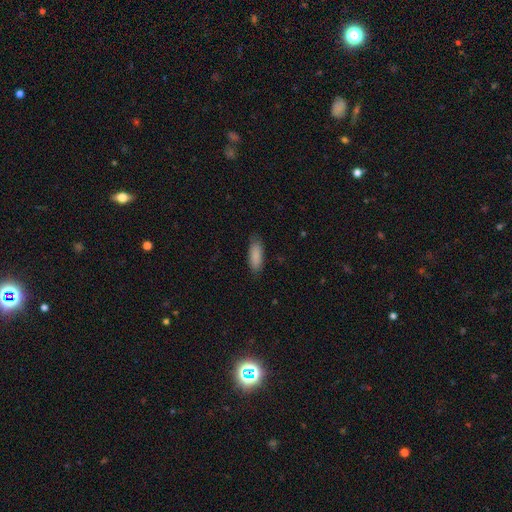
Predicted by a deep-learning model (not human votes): This is clearly a smooth galaxy (88%). How rounded: likely in between (72%). Merging: clearly none (83%).